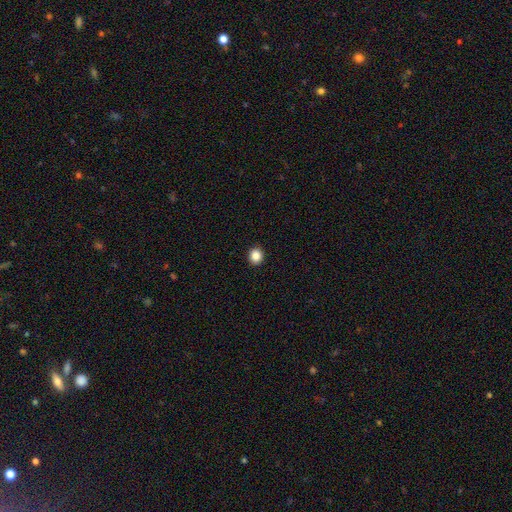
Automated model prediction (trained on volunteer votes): A smooth galaxy with no disk features (86%) that is round (80%).

Vote fractions:
- Smooth or featured? smooth: 86% / star or artifact: 10% / featured or disk: 3%
- How rounded? round: 80% / in between: 19% / cigar-shaped: 1%
- Merging? none: 93% / minor disturbance: 5% / major disturbance: 1% / merger: 1%